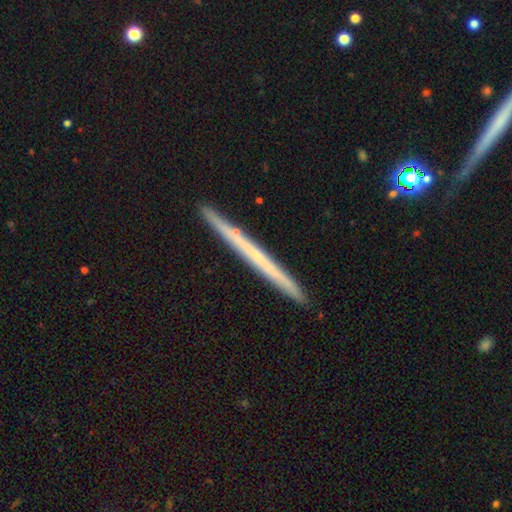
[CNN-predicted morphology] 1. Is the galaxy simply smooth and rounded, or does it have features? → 57% featured or disk, 37% smooth, 6% star or artifact.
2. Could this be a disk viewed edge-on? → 97% yes, 3% no.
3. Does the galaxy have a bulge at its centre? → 87% none, 10% rounded, 3% boxy.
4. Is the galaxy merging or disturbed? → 92% none, 6% minor disturbance, 1% merger, 1% major disturbance.